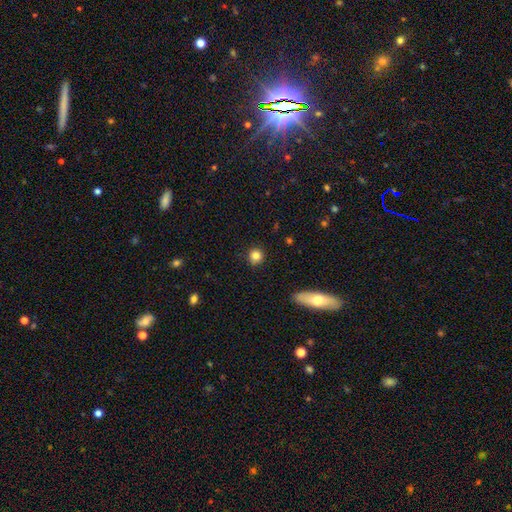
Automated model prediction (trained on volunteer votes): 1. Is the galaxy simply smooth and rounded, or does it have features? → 83% smooth, 11% star or artifact, 6% featured or disk.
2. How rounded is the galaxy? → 92% round, 7% in between, 1% cigar-shaped.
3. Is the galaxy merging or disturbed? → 88% none, 8% minor disturbance, 2% major disturbance, 2% merger.